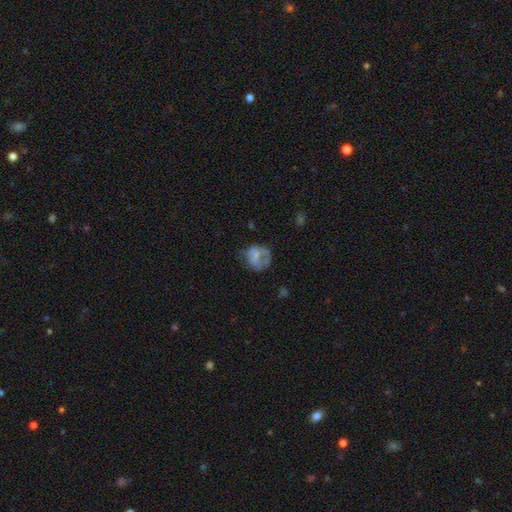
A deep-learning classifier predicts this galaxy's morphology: smooth-or-featured: smooth: 50% | featured or disk: 39% | star or artifact: 11%
  how-rounded: round: 64% | in between: 35% | cigar-shaped: 1%
  merging: none: 40% | major disturbance: 30% | minor disturbance: 26% | merger: 5%